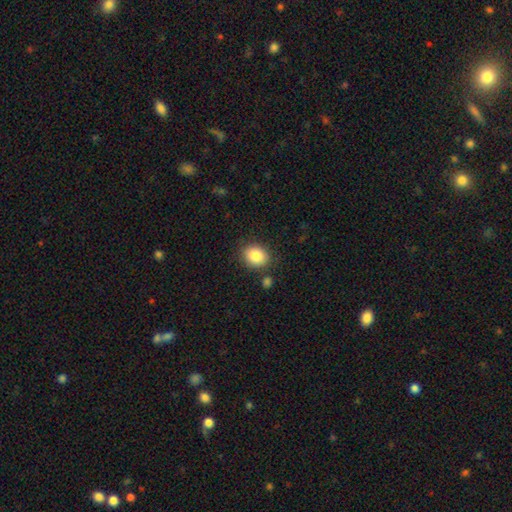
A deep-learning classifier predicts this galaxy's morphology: Smooth or featured? smooth (86%)
How rounded? round (56%)
Merging? none (82%)